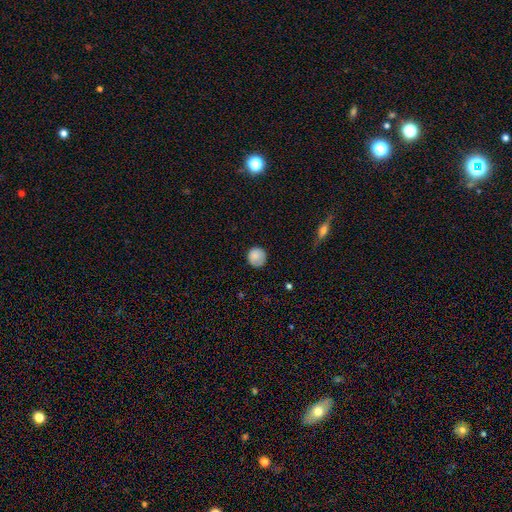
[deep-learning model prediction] smooth_or_featured: smooth (p=0.85) [alt: star or artifact p=0.08]
how_rounded: round (p=0.92) [alt: in between p=0.07]
merging: none (p=0.80) [alt: minor disturbance p=0.16]